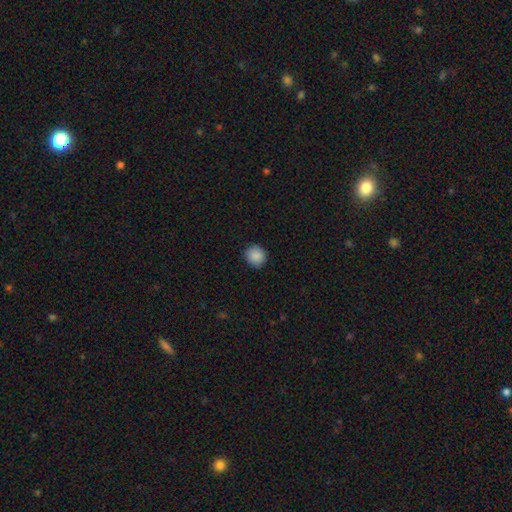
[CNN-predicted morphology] A smooth galaxy with no disk features (89%) that is round (90%). Merging: none (91%).